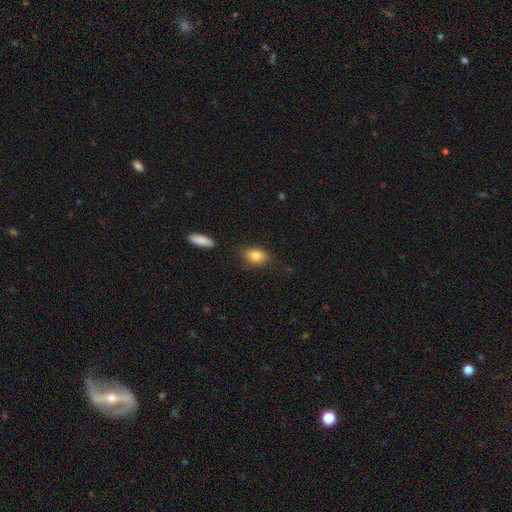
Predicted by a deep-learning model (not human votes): Smooth or featured? smooth (82%)
How rounded? in between (77%)
Merging? none (77%)